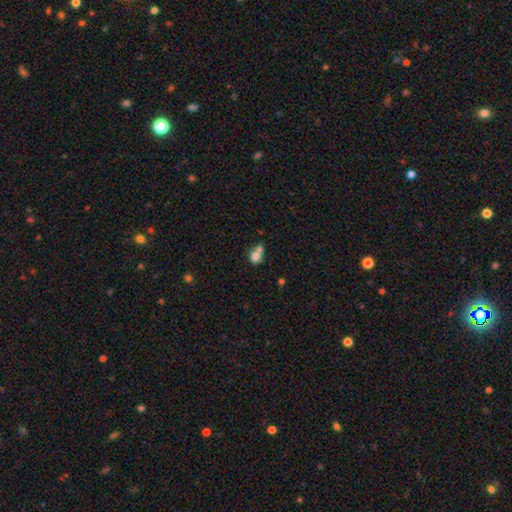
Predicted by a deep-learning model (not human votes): Smooth or featured? Predicted: smooth (p=0.75). How rounded? Predicted: round (p=0.64). Merging? Predicted: merger (p=0.59).